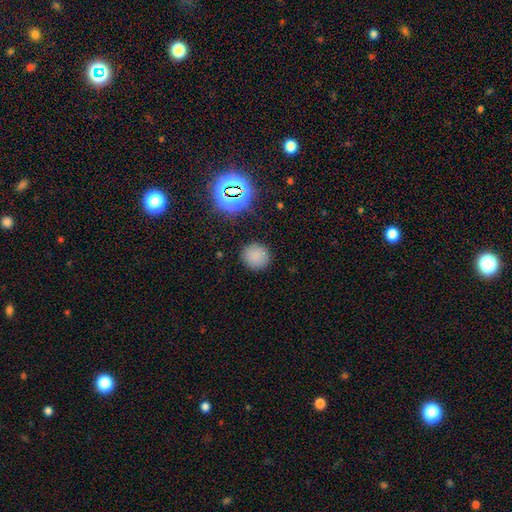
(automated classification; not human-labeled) smooth-or-featured: smooth: 79% | star or artifact: 16% | featured or disk: 5%
  how-rounded: round: 91% | in between: 8% | cigar-shaped: 1%
  merging: none: 88% | minor disturbance: 8% | major disturbance: 3% | merger: 2%